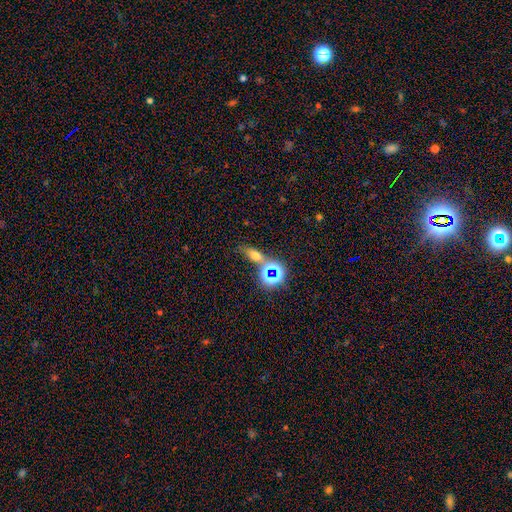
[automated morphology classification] Smooth or featured? smooth (52%)
How rounded? in between (60%)
Merging? none (61%)